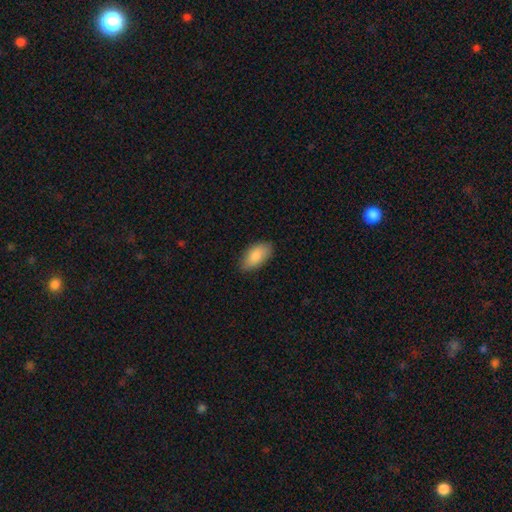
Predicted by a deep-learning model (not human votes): Smooth or featured? smooth (86%)
How rounded? in between (93%)
Merging? none (84%)